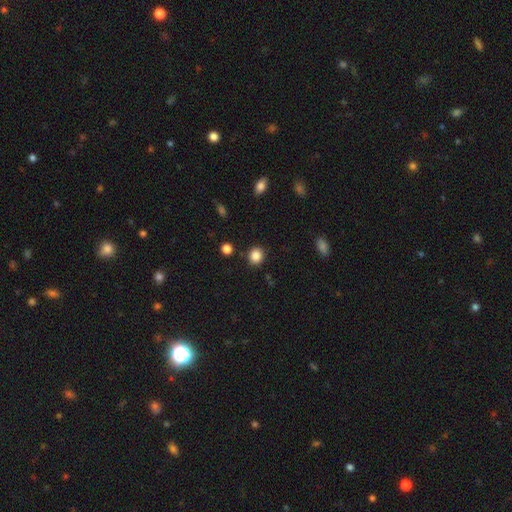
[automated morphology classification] A smooth galaxy with no disk features (85%) that is round (85%). Merging: none (88%).